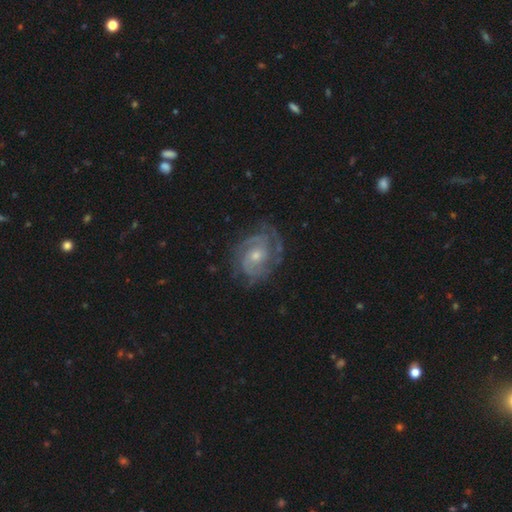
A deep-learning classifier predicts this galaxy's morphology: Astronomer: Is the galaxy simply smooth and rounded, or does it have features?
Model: featured or disk — 88%.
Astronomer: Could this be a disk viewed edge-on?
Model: no — 98%.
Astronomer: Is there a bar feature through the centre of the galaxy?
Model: no — 65%.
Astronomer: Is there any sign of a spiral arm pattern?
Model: yes — 96%.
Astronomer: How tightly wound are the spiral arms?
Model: tight — 60%.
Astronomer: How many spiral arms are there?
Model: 2 — 46% (runner-up: 3, 22%).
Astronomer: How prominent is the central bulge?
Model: moderate — 48%, tied with small at 48%.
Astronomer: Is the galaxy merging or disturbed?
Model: none — 71%.